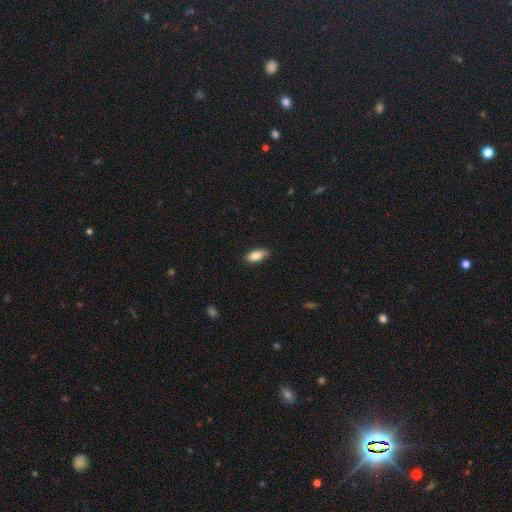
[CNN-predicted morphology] This appears to be a smooth galaxy with no disk features (85%) that is in between round and cigar-shaped (88%). Merging: none (82%).